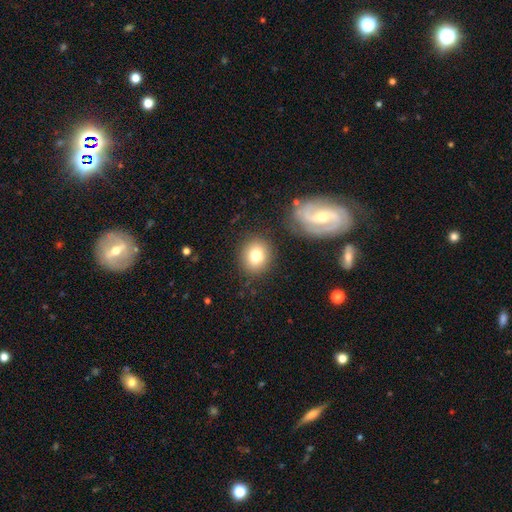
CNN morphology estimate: A smooth galaxy with no disk features (78%) that is round (76%). Merging: none (83%).